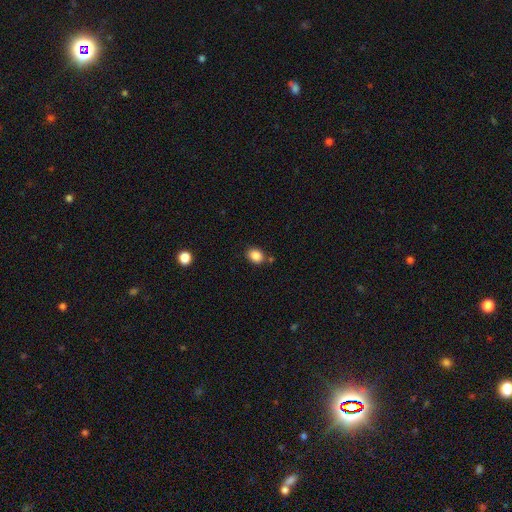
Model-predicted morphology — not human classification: This is clearly a smooth galaxy (86%). How rounded: possibly in between (50%). Merging: likely none (78%).